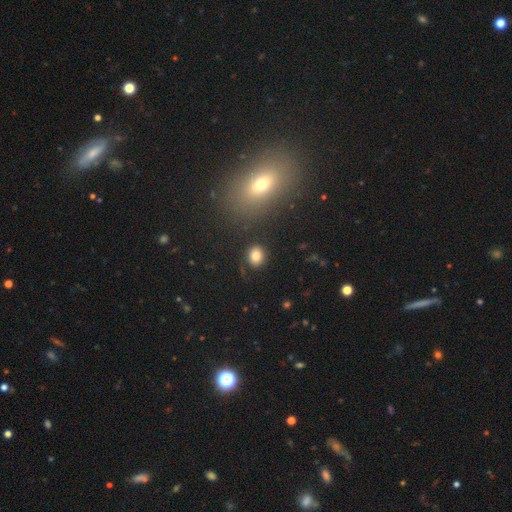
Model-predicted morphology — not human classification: type=smooth (83%); roundness=round (59%); merging=none (86%).